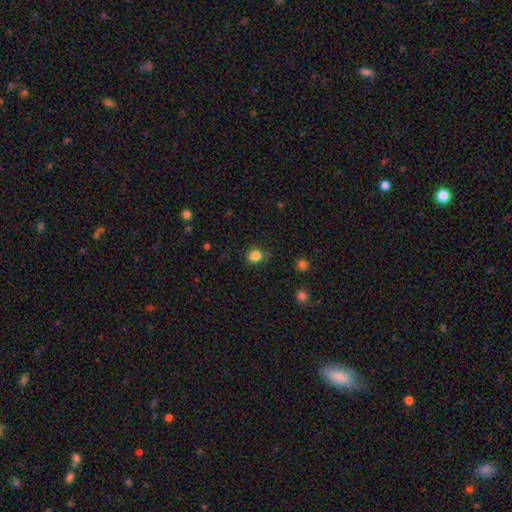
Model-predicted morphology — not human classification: Overall: smooth (83%). How rounded: round (68%; in between 31%). Merging: none (78%).